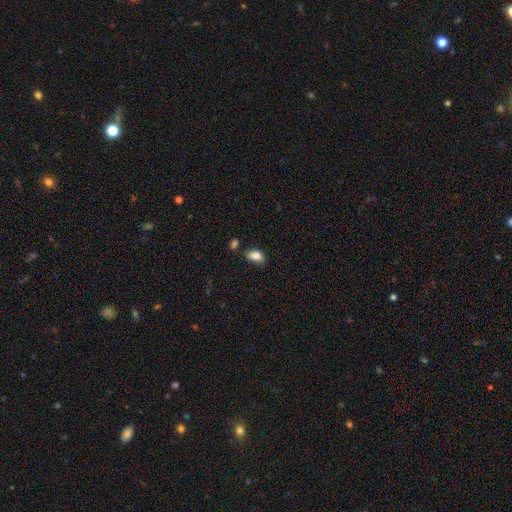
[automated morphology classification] Q: Smooth or featured?
A: smooth (86%); runner-up: star or artifact (8%)
Q: How rounded?
A: in between (90%); runner-up: round (8%)
Q: Merging?
A: none (70%); runner-up: minor disturbance (19%)